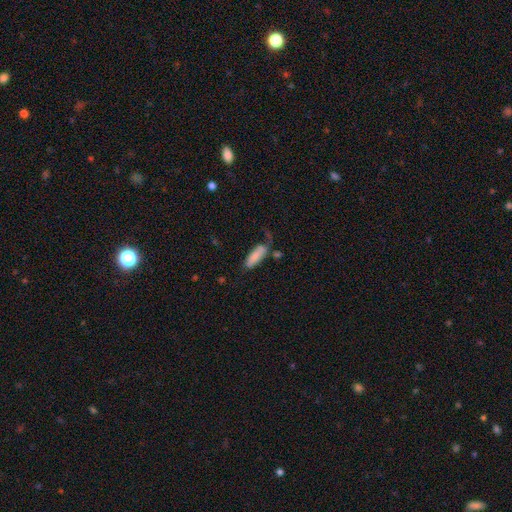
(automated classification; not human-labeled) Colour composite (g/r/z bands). It shows a smooth galaxy with no disk features (81%) that is in between round and cigar-shaped (62%). Merging: none (47%).